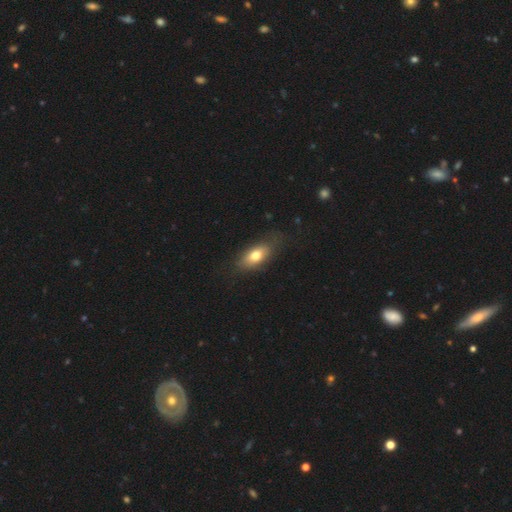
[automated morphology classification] This appears to be a smooth galaxy with no disk features (72%) that is in between round and cigar-shaped (85%). Merging: none (71%).